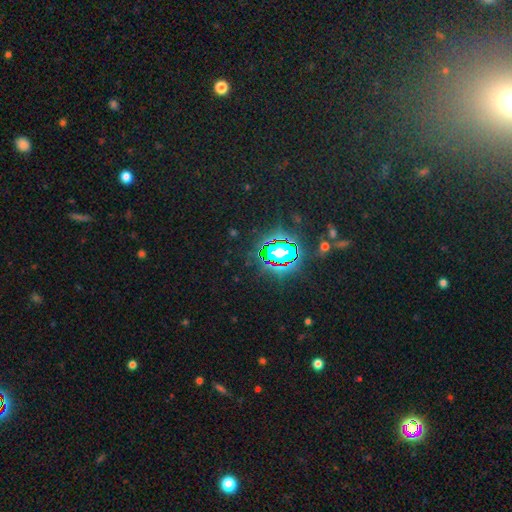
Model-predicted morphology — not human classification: Overall: star or artifact (81%).